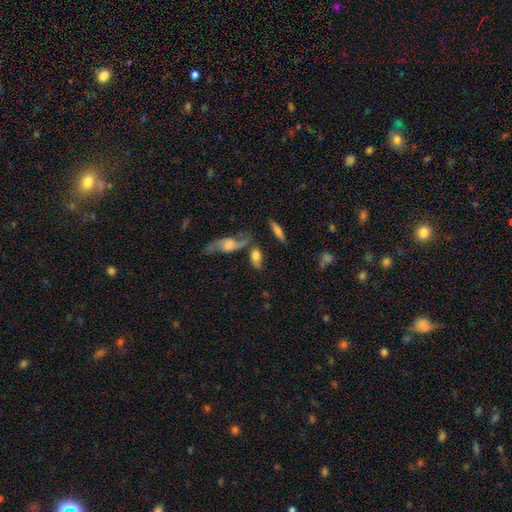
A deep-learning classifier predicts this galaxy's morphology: smooth-or-featured: smooth: 62% | featured or disk: 30% | star or artifact: 9%
  how-rounded: in between: 78% | cigar-shaped: 13% | round: 9%
  merging: none: 54% | merger: 20% | minor disturbance: 18% | major disturbance: 8%